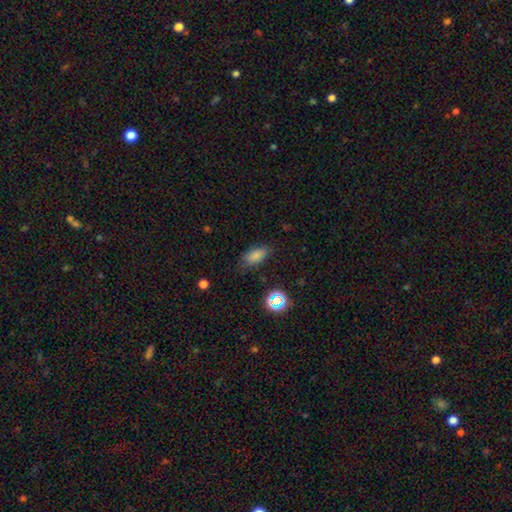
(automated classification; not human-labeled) smooth_or_featured: smooth (p=0.79) [alt: star or artifact p=0.14]
how_rounded: in between (p=0.87) [alt: cigar-shaped p=0.07]
merging: none (p=0.69) [alt: minor disturbance p=0.23]